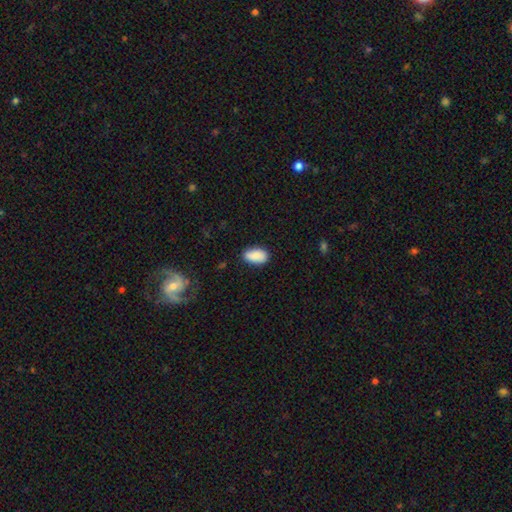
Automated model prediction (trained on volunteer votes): Morphology: type=smooth (87%); roundness=in between (93%); merging=none (77%).